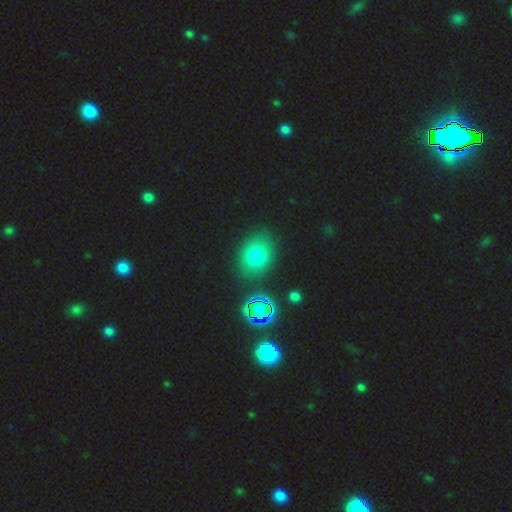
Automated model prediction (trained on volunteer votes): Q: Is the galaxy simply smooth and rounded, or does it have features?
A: smooth — 72%.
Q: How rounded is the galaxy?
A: round — 60%.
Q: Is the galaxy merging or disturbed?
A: none — 83%.